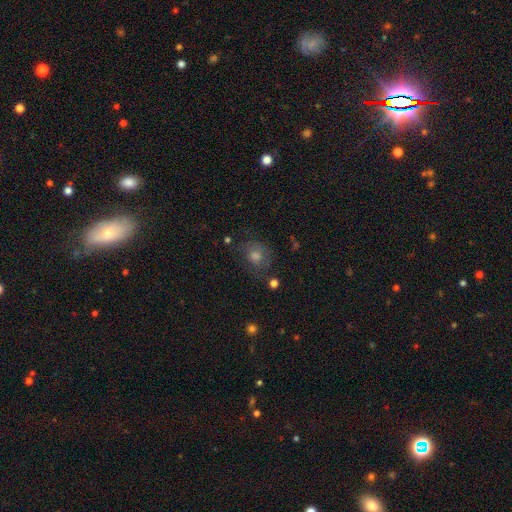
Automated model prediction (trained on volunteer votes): Smooth or featured?
  - smooth: 53% *
  - star or artifact: 25%
  - featured or disk: 22%
How rounded?
  - round: 72% *
  - in between: 27%
  - cigar-shaped: 1%
Merging?
  - none: 68% *
  - minor disturbance: 19%
  - major disturbance: 10%
  - merger: 3%